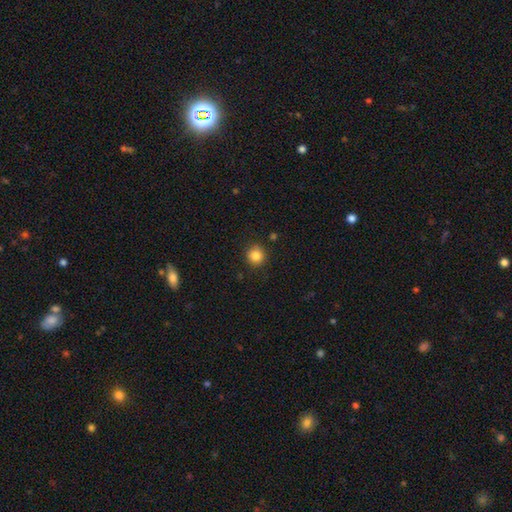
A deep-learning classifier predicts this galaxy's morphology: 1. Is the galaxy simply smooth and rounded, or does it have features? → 85% smooth, 11% star or artifact, 4% featured or disk.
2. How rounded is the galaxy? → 93% round, 6% in between, 1% cigar-shaped.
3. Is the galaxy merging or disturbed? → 89% none, 7% minor disturbance, 2% major disturbance, 2% merger.